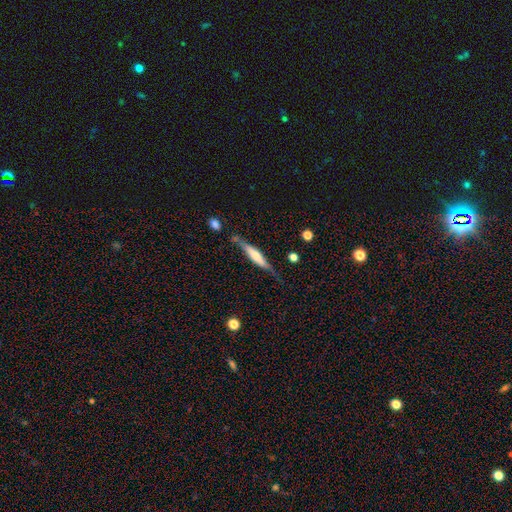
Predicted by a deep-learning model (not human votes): Q: Smooth or featured?
A: featured or disk (52%); runner-up: smooth (43%)
Q: Edge-on disk?
A: yes (88%); runner-up: no (12%)
Q: Merging?
A: none (62%); runner-up: minor disturbance (24%)